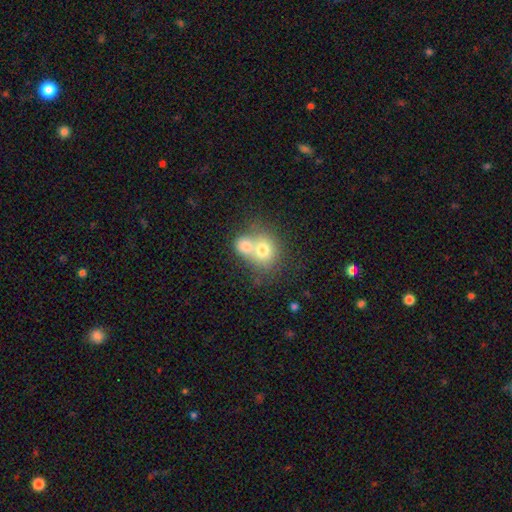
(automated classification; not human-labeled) smooth_or_featured: smooth (p=0.70) [alt: featured or disk p=0.20]
how_rounded: round (p=0.68) [alt: in between p=0.31]
merging: merger (p=0.64) [alt: none p=0.26]